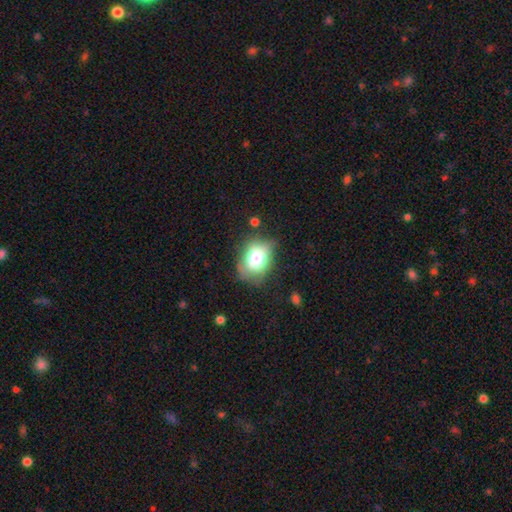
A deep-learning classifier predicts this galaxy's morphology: Smooth or featured? smooth (70%)
How rounded? in between (59%)
Merging? none (61%)